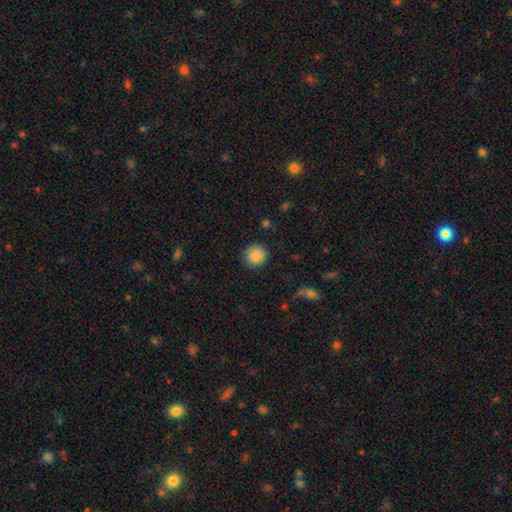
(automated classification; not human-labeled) Morphology: type=smooth (87%); roundness=round (94%); merging=none (89%).